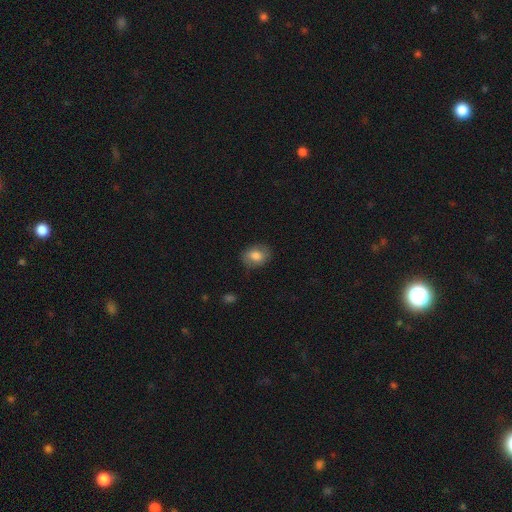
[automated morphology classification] This is likely a smooth galaxy (80%). How rounded: likely in between (62%). Merging: clearly none (81%).